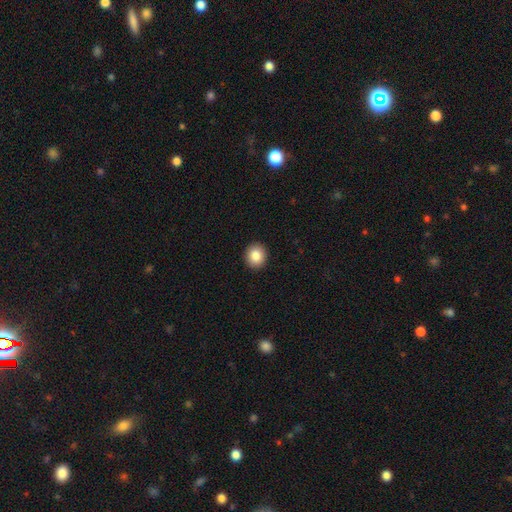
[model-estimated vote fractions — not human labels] This is clearly a smooth galaxy (85%). How rounded: clearly round (81%). Merging: clearly none (93%).